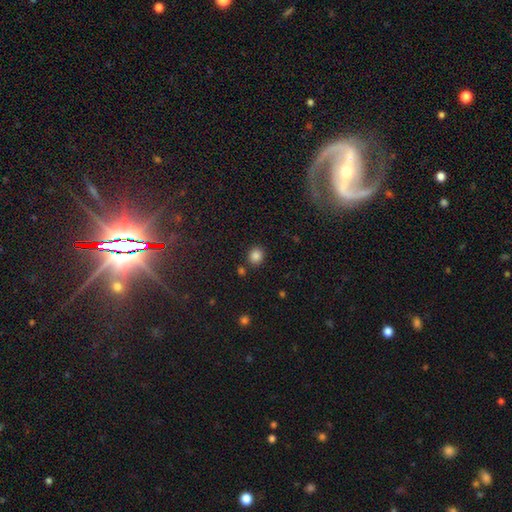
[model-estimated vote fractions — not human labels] The model was most divided on "how rounded": round: 79%, in between: 20%, cigar-shaped: 1%. More confident: smooth or featured — smooth (85%); merging — none (84%).